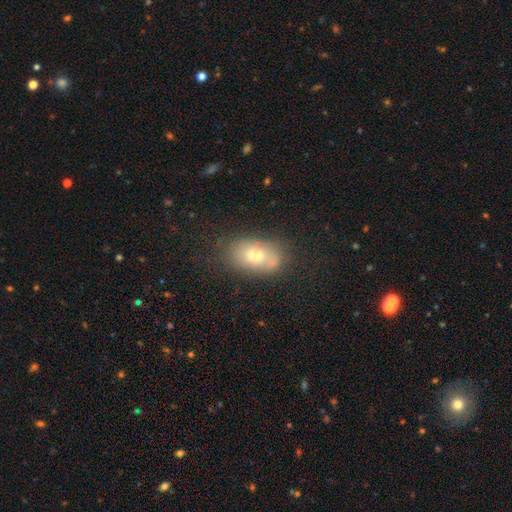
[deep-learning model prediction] smooth 68%, featured or disk 23%, star or artifact 9%. Down the decision tree: how rounded — in between (90%); merging — none (59%).